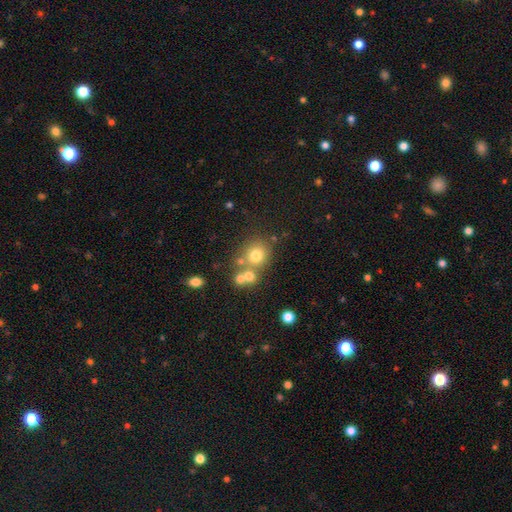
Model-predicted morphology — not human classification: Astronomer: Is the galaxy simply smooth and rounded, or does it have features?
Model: smooth — 70%.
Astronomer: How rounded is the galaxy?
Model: round — 82%.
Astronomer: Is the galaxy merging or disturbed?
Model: none — 57%.